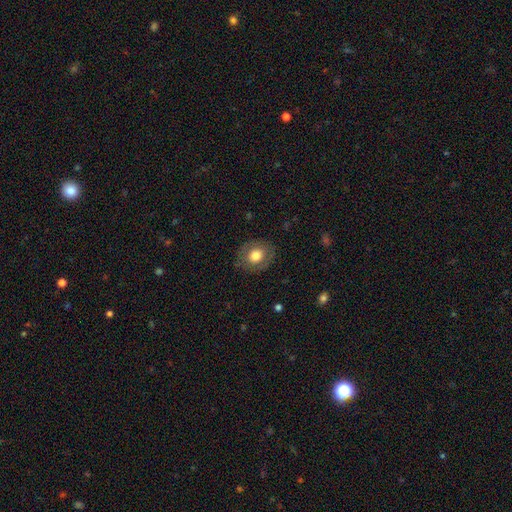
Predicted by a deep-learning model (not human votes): This is likely a smooth galaxy (69%). How rounded: possibly round (58%). Merging: clearly none (83%).